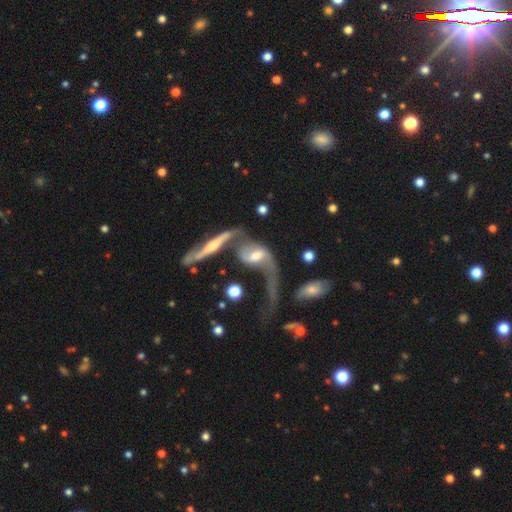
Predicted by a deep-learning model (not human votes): Q: Smooth or featured?
A: featured or disk (71%); runner-up: smooth (22%)
Q: Edge-on disk?
A: no (84%); runner-up: yes (16%)
Q: Bar?
A: weak (42%); runner-up: no (35%)
Q: Spiral arms?
A: yes (77%); runner-up: no (23%)
Q: Bulge size?
A: moderate (58%); runner-up: small (22%)
Q: Merging?
A: merger (52%); runner-up: major disturbance (24%)